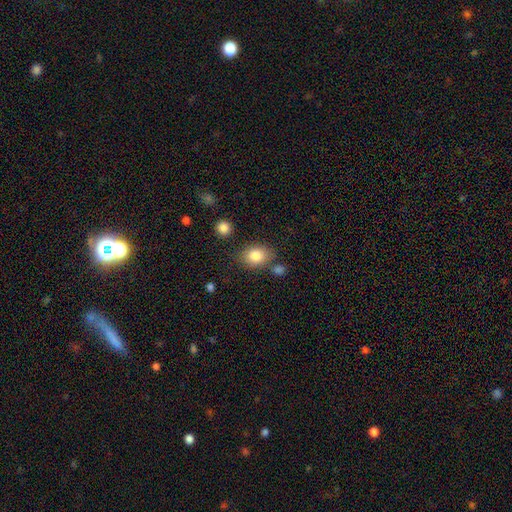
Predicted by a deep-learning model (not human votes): Smooth or featured? smooth (83%)
How rounded? in between (64%)
Merging? none (71%)